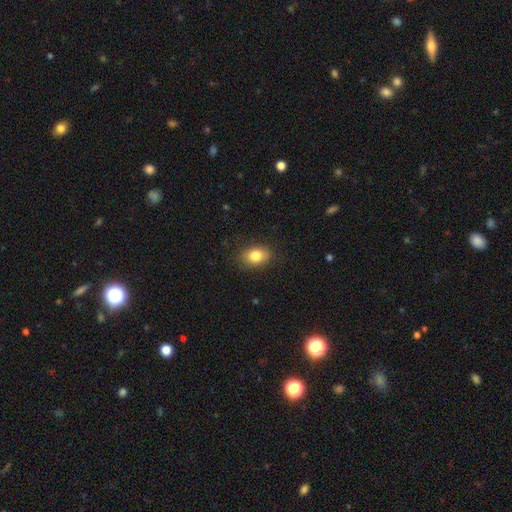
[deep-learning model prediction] smooth_or_featured: smooth (p=0.83) [alt: featured or disk p=0.09]
how_rounded: in between (p=0.77) [alt: round p=0.22]
merging: none (p=0.85) [alt: minor disturbance p=0.11]